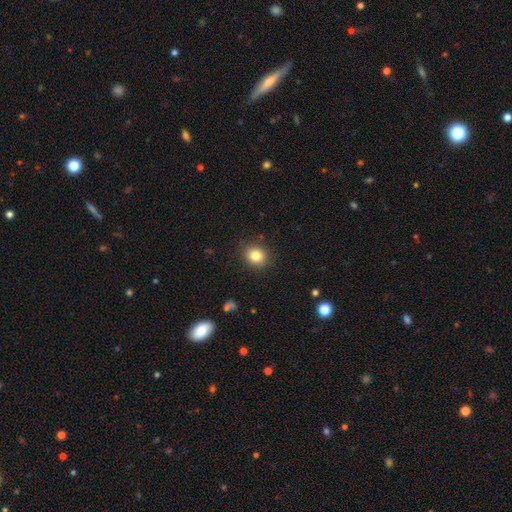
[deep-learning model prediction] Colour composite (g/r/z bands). It shows a smooth galaxy with no disk features (83%) that is round (75%). Merging: none (88%).